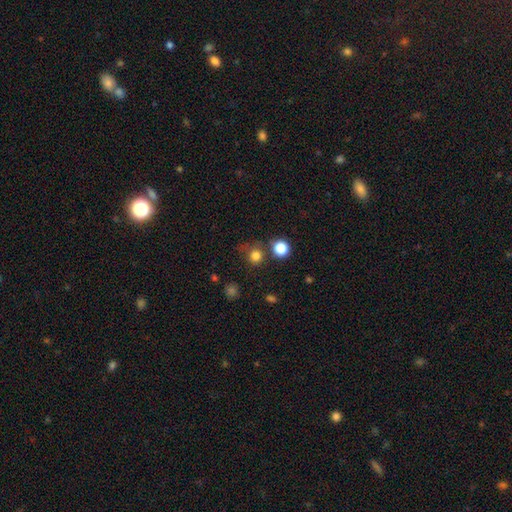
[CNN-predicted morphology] Smooth or featured? Predicted: smooth (p=0.77). How rounded? Predicted: round (p=0.91). Merging? Predicted: none (p=0.68).